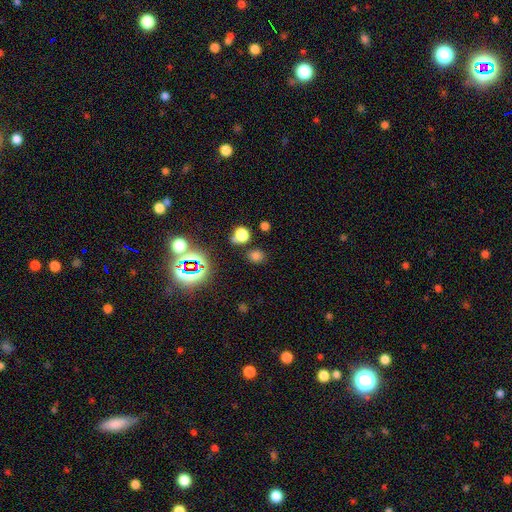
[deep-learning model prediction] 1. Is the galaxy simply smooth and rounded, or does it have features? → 65% smooth, 29% star or artifact, 6% featured or disk.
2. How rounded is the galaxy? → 73% round, 26% in between, 1% cigar-shaped.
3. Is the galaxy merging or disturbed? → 79% none, 10% minor disturbance, 7% merger, 4% major disturbance.